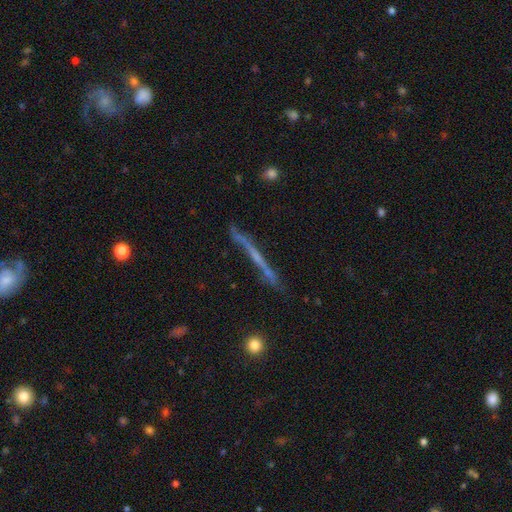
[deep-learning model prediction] A featured or disk galaxy (65%) viewed edge-on (94%) with no central bulge (78%).

Vote fractions:
- Smooth or featured? featured or disk: 65% / smooth: 26% / star or artifact: 9%
- Edge-on disk? yes: 94% / no: 6%
- Edge-on bulge? none: 78% / rounded: 15% / boxy: 6%
- Merging? none: 79% / minor disturbance: 14% / major disturbance: 4% / merger: 3%